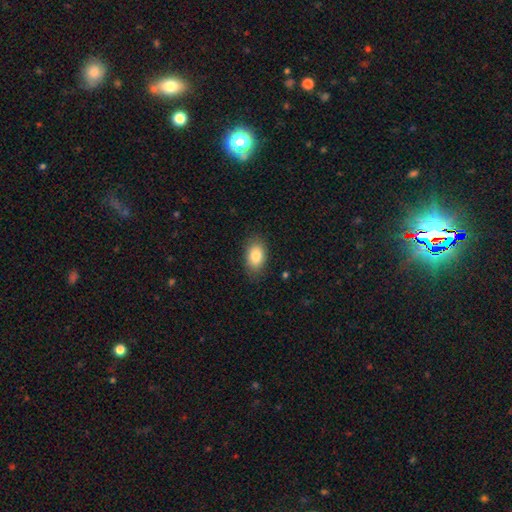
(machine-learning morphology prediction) Q: Smooth or featured?
A: smooth (83%); runner-up: featured or disk (9%)
Q: How rounded?
A: in between (87%); runner-up: round (11%)
Q: Merging?
A: none (84%); runner-up: minor disturbance (12%)